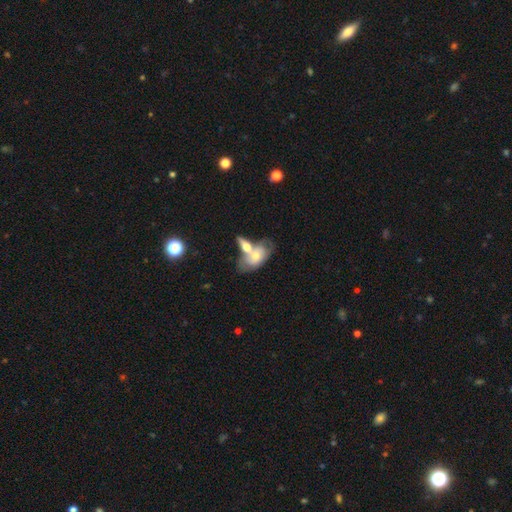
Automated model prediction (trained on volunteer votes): This appears to be a smooth galaxy with no disk features (56%) that is in between round and cigar-shaped (88%). Merging: merger (62%).